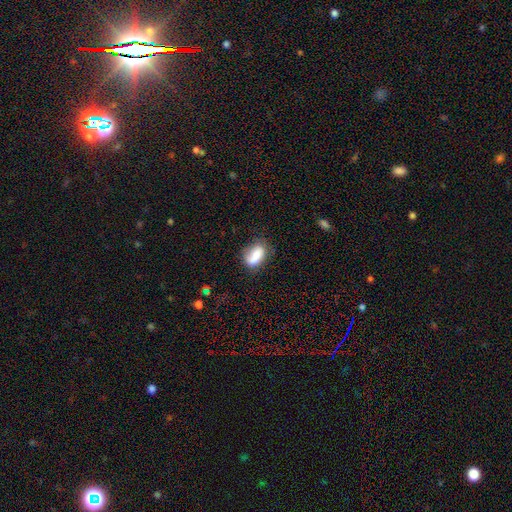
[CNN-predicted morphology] smooth-or-featured: smooth: 77% | featured or disk: 16% | star or artifact: 7%
  how-rounded: in between: 87% | round: 9% | cigar-shaped: 4%
  merging: none: 62% | minor disturbance: 27% | major disturbance: 9% | merger: 3%